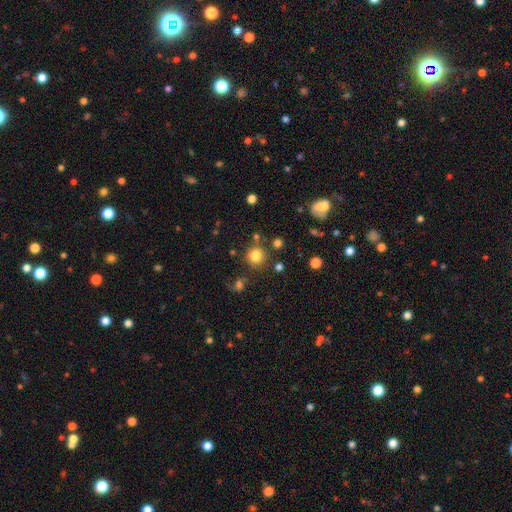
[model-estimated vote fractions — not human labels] A smooth galaxy with no disk features (81%) that is round (93%). Merging: none (80%).